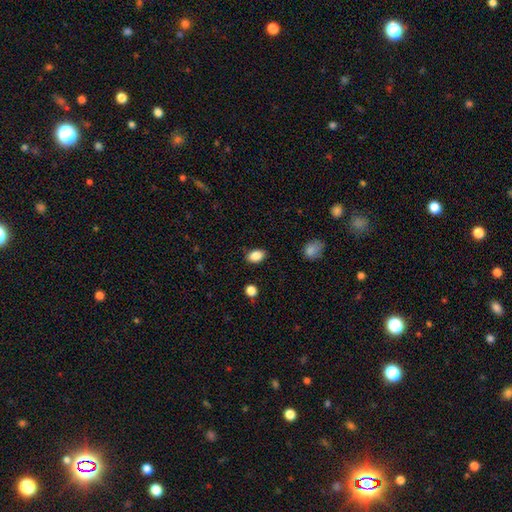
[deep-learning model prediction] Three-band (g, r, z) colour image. It shows a smooth galaxy with no disk features (87%) that is in between round and cigar-shaped (83%). Merging: none (85%).